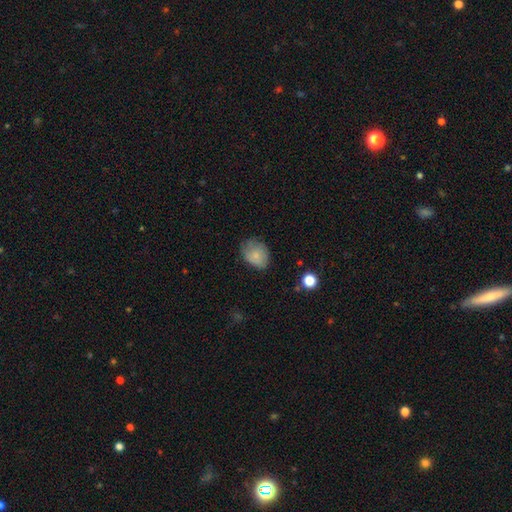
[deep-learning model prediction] Q: Smooth or featured?
A: smooth (76%); runner-up: featured or disk (16%)
Q: How rounded?
A: in between (54%); runner-up: round (45%)
Q: Merging?
A: none (60%); runner-up: minor disturbance (30%)